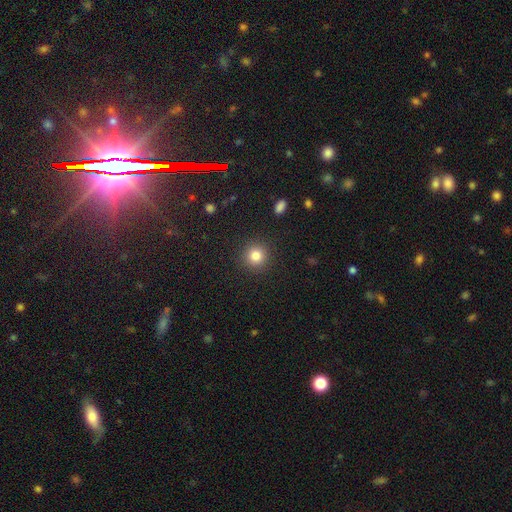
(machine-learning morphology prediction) Smooth or featured? smooth (83%)
How rounded? round (94%)
Merging? none (91%)